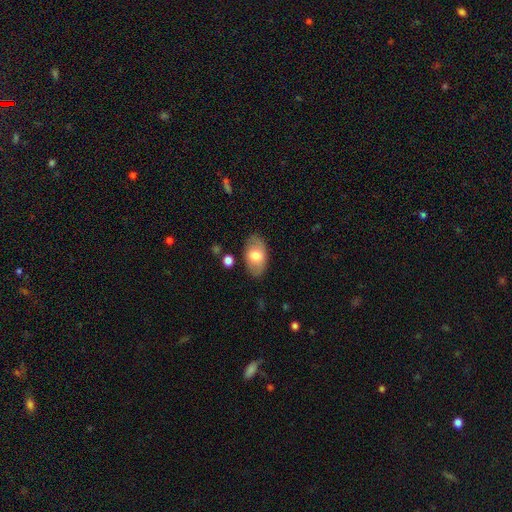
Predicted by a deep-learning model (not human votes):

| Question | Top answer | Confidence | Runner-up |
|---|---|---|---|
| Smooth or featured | smooth | 69% | featured or disk (24%) |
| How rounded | in between | 93% | round (6%) |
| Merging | none | 82% | minor disturbance (13%) |